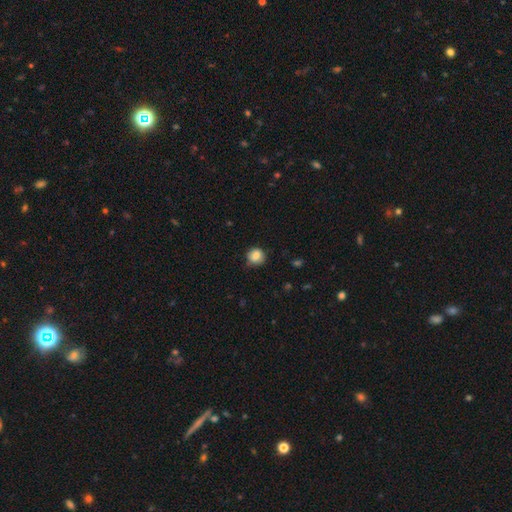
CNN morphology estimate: A smooth galaxy with no disk features (84%) that is round (86%).

Vote fractions:
- Smooth or featured? smooth: 84% / star or artifact: 9% / featured or disk: 7%
- How rounded? round: 86% / in between: 13% / cigar-shaped: 1%
- Merging? none: 76% / minor disturbance: 19% / major disturbance: 4% / merger: 1%